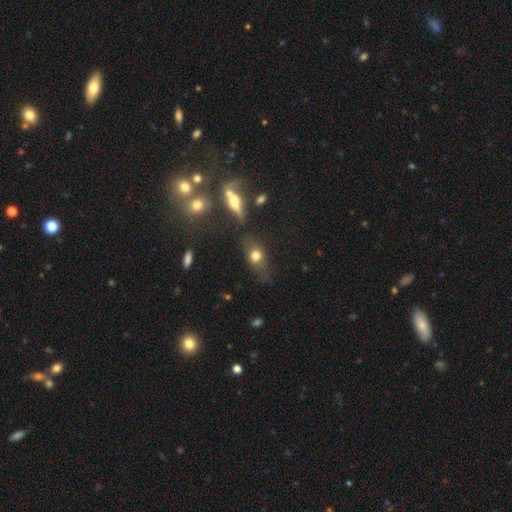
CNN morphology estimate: Overall: smooth (72%). How rounded: in between (55%; round 39%). Merging: none (62%).